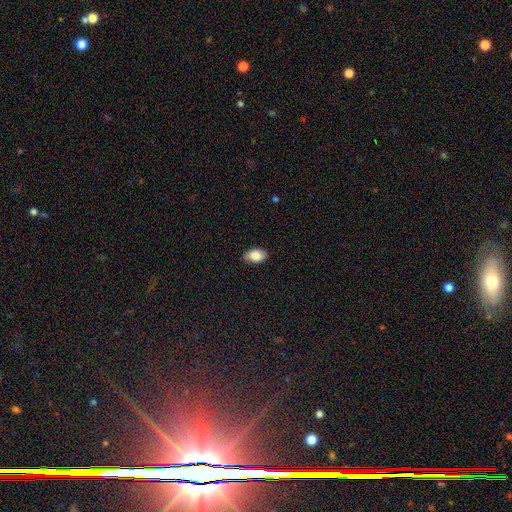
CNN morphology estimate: The model was most divided on "merging": none: 85%, minor disturbance: 12%, major disturbance: 2%, merger: 1%. More confident: how rounded — in between (92%); smooth or featured — smooth (83%).